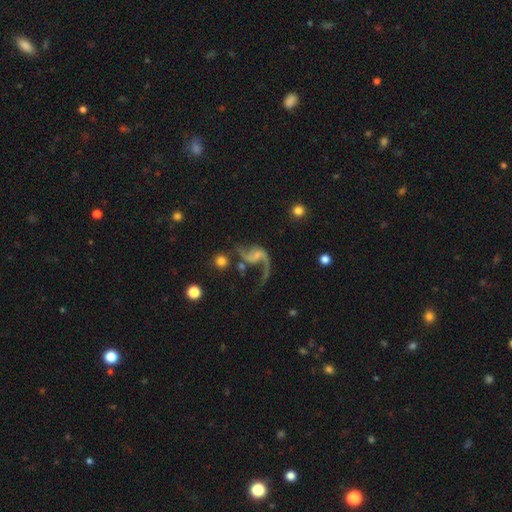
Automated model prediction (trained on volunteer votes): Smooth or featured?
  - featured or disk: 87% *
  - smooth: 7%
  - star or artifact: 6%
Edge-on disk?
  - no: 98% *
  - yes: 2%
Bar?
  - no: 47% *
  - weak: 39%
  - strong: 14%
Spiral arms?
  - yes: 95% *
  - no: 5%
Spiral winding?
  - loose: 83% *
  - medium: 14%
  - tight: 3%
Spiral arm count?
  - 2: 87% *
  - 1: 8%
  - can't tell: 2%
  - 3: 1%
  - 4: 1%
  - more than 4: 1%
Bulge size?
  - small: 48% *
  - none: 25%
  - moderate: 22%
  - large: 3%
  - dominant: 2%
Merging?
  - none: 49% *
  - major disturbance: 25%
  - minor disturbance: 17%
  - merger: 8%